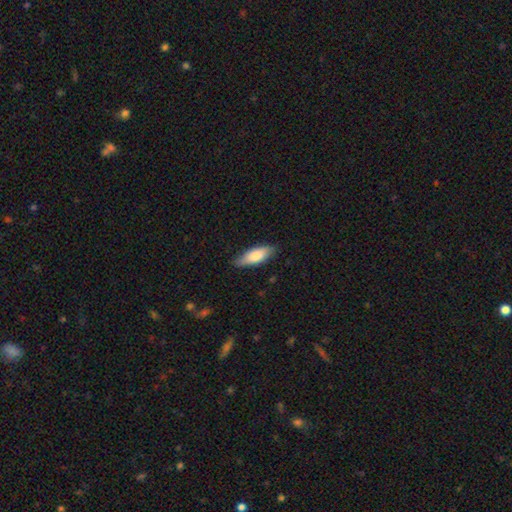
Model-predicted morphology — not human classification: Smooth or featured? smooth (80%)
How rounded? in between (69%)
Merging? none (80%)